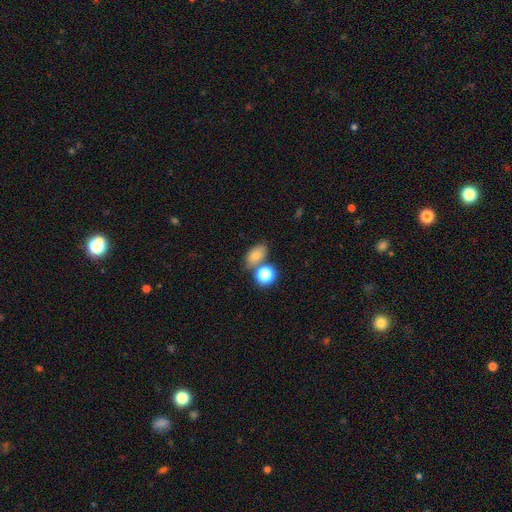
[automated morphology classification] type=smooth (75%); roundness=in between (77%); merging=none (59%).